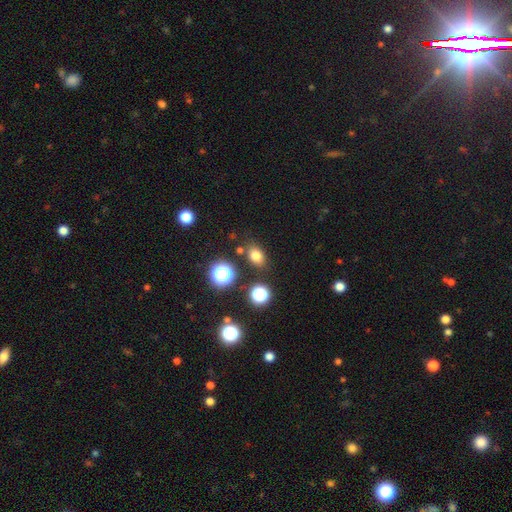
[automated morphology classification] smooth 76%, star or artifact 17%, featured or disk 8%. Down the decision tree: how rounded — in between (69%); merging — none (80%).